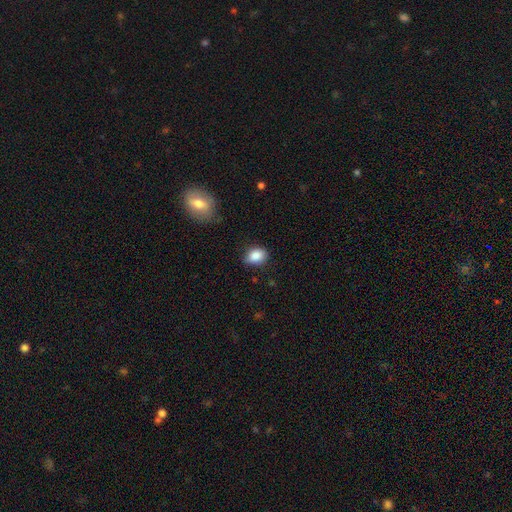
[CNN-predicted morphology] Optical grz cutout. It shows a smooth galaxy with no disk features (86%) that is in between round and cigar-shaped (61%). Merging: none (75%).